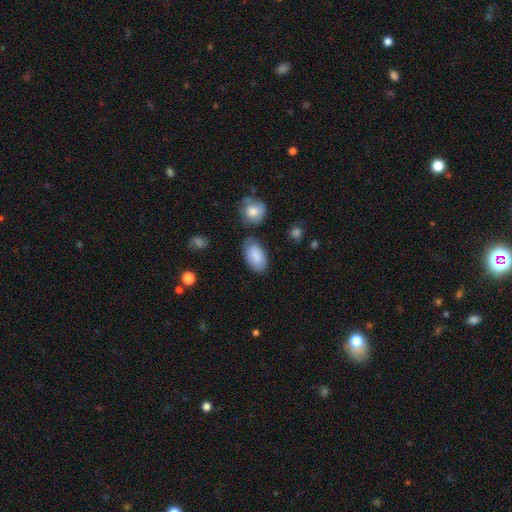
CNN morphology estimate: Smooth or featured? Predicted: smooth (p=0.85). How rounded? Predicted: in between (p=0.94). Merging? Predicted: none (p=0.72).